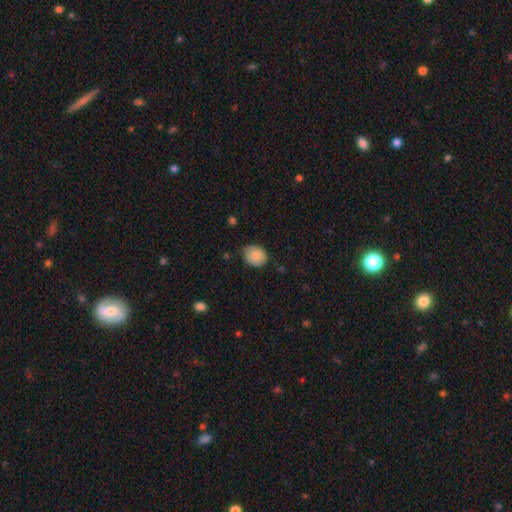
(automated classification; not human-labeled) Smooth or featured? Predicted: smooth (p=0.84). How rounded? Predicted: round (p=0.65). Merging? Predicted: none (p=0.70).